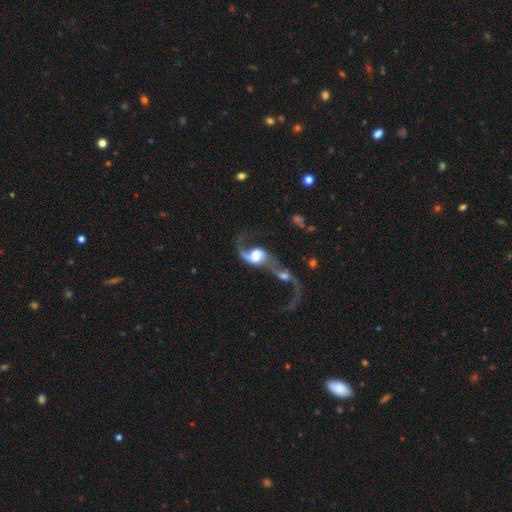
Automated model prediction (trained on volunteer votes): Smooth or featured: featured or disk — 75% (smooth — 17%)
Edge-on disk: no — 96% (yes — 4%)
Bar: no — 53% (weak — 34%)
Spiral arms: yes — 89% (no — 11%)
Spiral winding: loose — 80% (medium — 16%)
Spiral arm count: 2 — 62% (1 — 30%)
Bulge size: large — 40% (moderate — 38%)
Merging: merger — 71% (major disturbance — 14%)